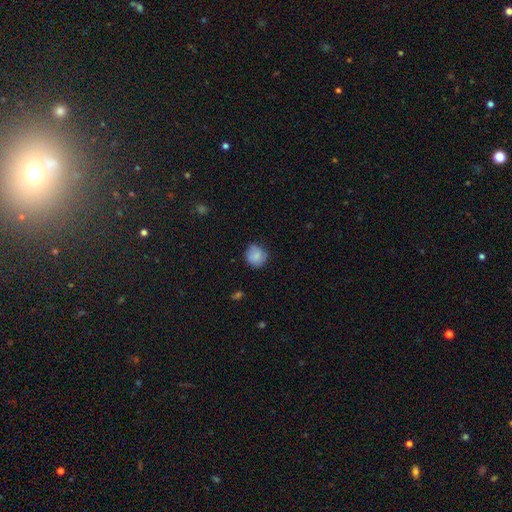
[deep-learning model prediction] A smooth galaxy with no disk features (82%) that is round (86%).

Vote fractions:
- Smooth or featured? smooth: 82% / featured or disk: 11% / star or artifact: 8%
- How rounded? round: 86% / in between: 13% / cigar-shaped: 1%
- Merging? none: 74% / minor disturbance: 21% / major disturbance: 4% / merger: 1%